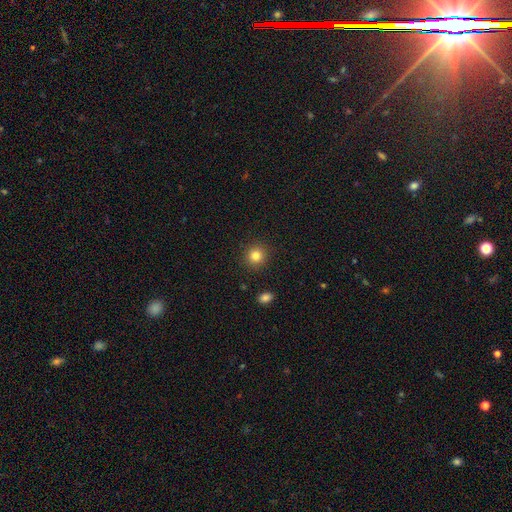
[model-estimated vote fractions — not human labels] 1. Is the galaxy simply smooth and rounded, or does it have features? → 83% smooth, 11% star or artifact, 6% featured or disk.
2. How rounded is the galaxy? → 92% round, 7% in between, 1% cigar-shaped.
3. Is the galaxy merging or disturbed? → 91% none, 6% minor disturbance, 2% major disturbance, 1% merger.